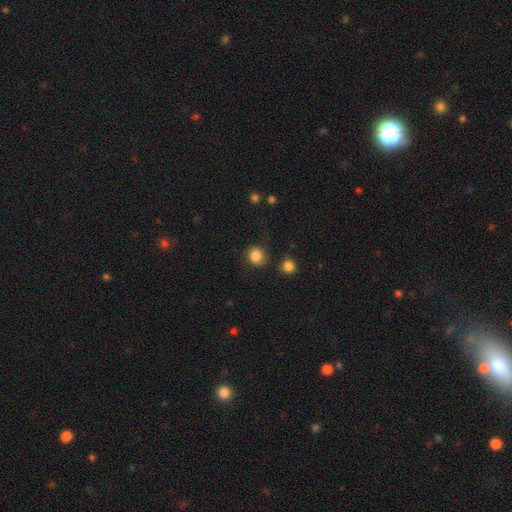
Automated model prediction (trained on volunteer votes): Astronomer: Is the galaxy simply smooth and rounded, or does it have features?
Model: smooth — 82%.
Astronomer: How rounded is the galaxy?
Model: round — 77%.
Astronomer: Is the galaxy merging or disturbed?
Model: none — 69%.